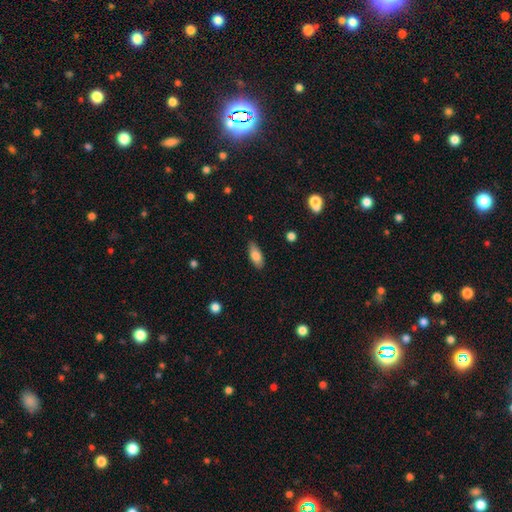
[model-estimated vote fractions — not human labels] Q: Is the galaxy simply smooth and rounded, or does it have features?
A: smooth — 79%.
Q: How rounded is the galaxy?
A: in between — 82%.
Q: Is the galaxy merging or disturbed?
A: none — 84%.